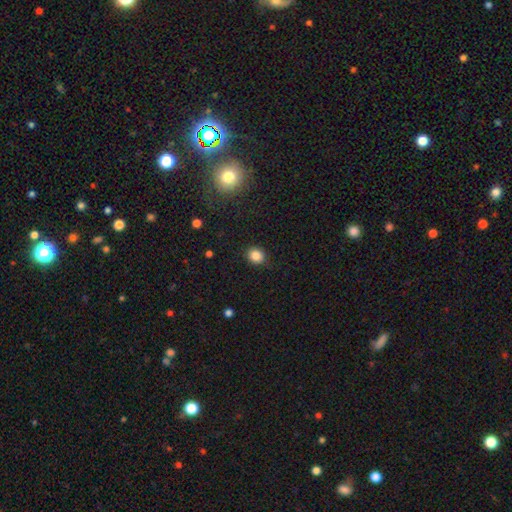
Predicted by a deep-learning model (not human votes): A smooth galaxy with no disk features (85%) that is round (76%).

Vote fractions:
- Smooth or featured? smooth: 85% / star or artifact: 11% / featured or disk: 4%
- How rounded? round: 76% / in between: 23% / cigar-shaped: 1%
- Merging? none: 87% / minor disturbance: 9% / major disturbance: 3% / merger: 1%